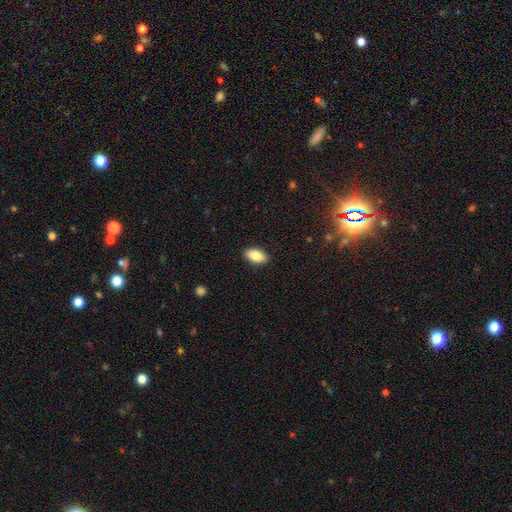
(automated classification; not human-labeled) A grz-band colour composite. It shows a smooth galaxy with no disk features (85%) that is in between round and cigar-shaped (93%). Merging: none (90%).